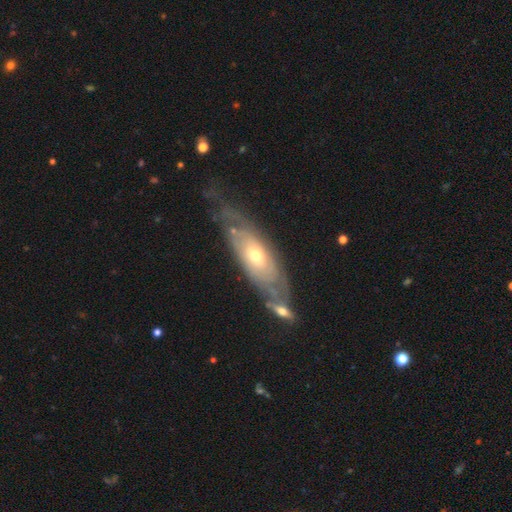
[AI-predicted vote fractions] Smooth or featured? Predicted: featured or disk (p=0.69). Edge-on disk? Predicted: no (p=0.82). Bar? Predicted: no (p=0.79). Spiral arms? Predicted: yes (p=0.64). Bulge size? Predicted: moderate (p=0.56). Merging? Predicted: none (p=0.49).